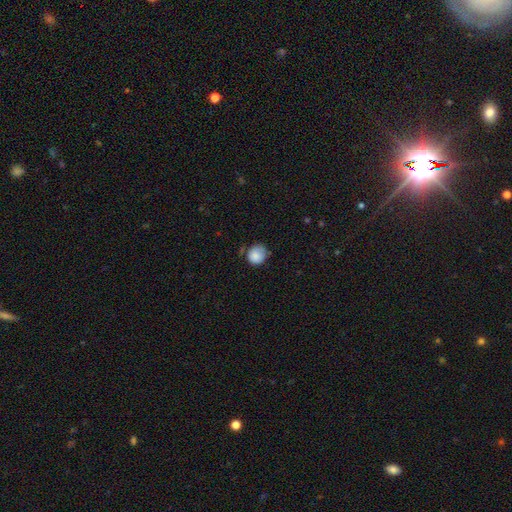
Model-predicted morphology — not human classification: Smooth or featured: smooth — 86% (star or artifact — 8%)
How rounded: round — 82% (in between — 17%)
Merging: none — 60% (minor disturbance — 30%)